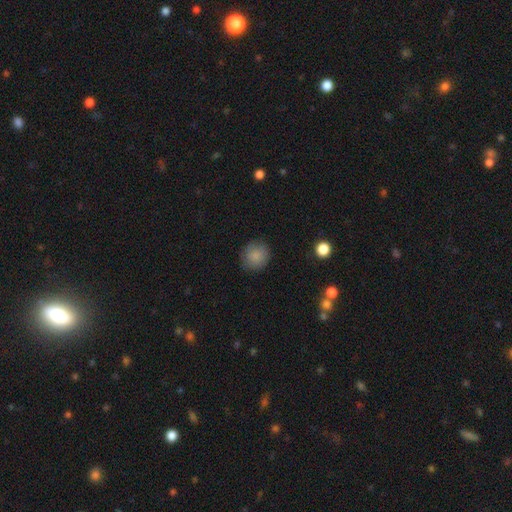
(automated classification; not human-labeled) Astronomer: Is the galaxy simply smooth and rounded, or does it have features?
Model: smooth — 86%.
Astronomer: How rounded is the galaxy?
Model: round — 89%.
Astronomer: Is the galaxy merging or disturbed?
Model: none — 87%.